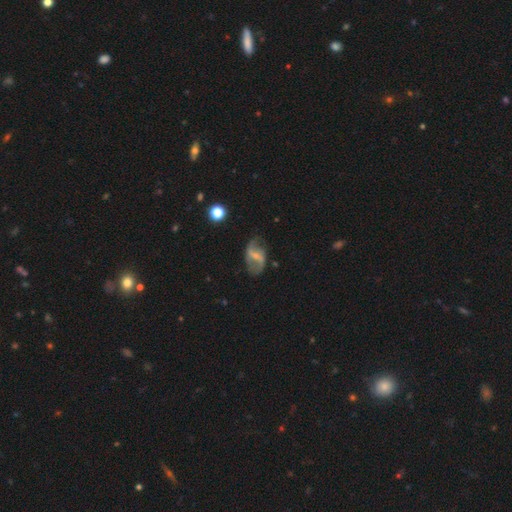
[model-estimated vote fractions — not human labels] This appears to be a featured or disk galaxy (76%) with a weak bar (43%), 2 (87%) loose (68%) spiral arms (82%) and a small central bulge (54%). Merging: none (67%).